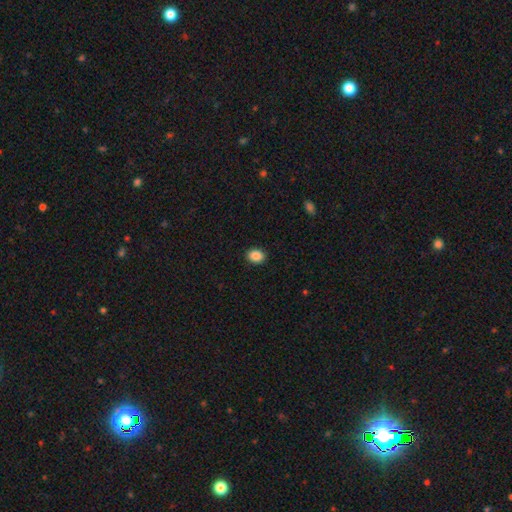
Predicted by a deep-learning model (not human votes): Smooth or featured?
  - smooth: 88% *
  - star or artifact: 9%
  - featured or disk: 3%
How rounded?
  - in between: 53% *
  - round: 46%
  - cigar-shaped: 1%
Merging?
  - none: 91% *
  - minor disturbance: 6%
  - major disturbance: 2%
  - merger: 1%